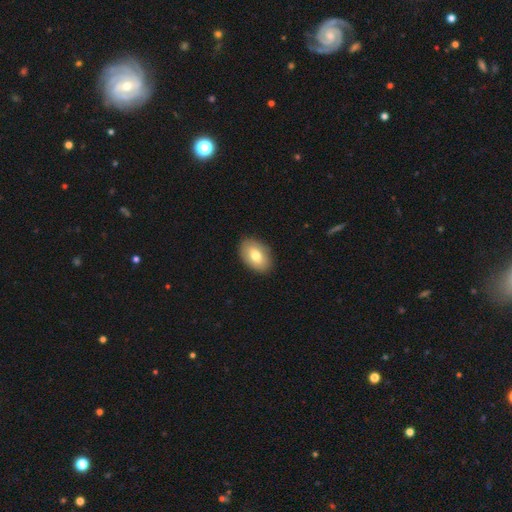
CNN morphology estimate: Smooth or featured? Predicted: smooth (p=0.76). How rounded? Predicted: in between (p=0.90). Merging? Predicted: none (p=0.88).